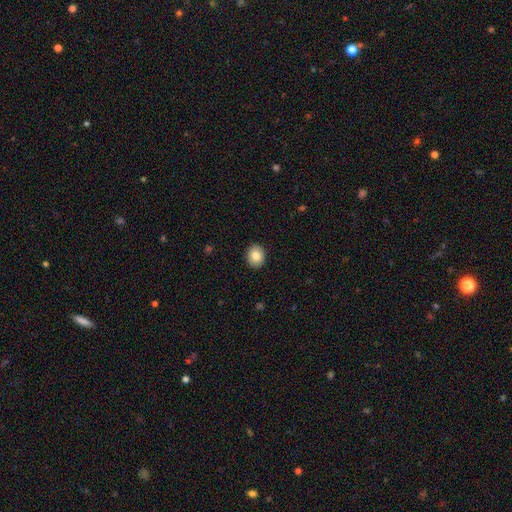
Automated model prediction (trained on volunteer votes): Morphology: type=smooth (84%); roundness=round (65%); merging=none (91%).